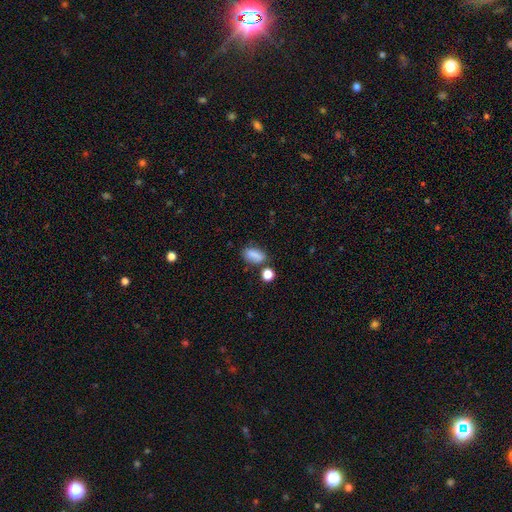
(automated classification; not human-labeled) This appears to be a smooth galaxy with no disk features (83%) that is in between round and cigar-shaped (85%). Merging: none (65%).